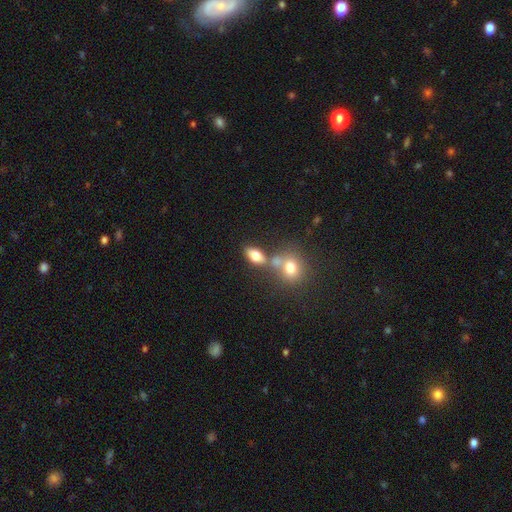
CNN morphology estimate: Smooth or featured? smooth (77%)
How rounded? in between (81%)
Merging? none (51%)